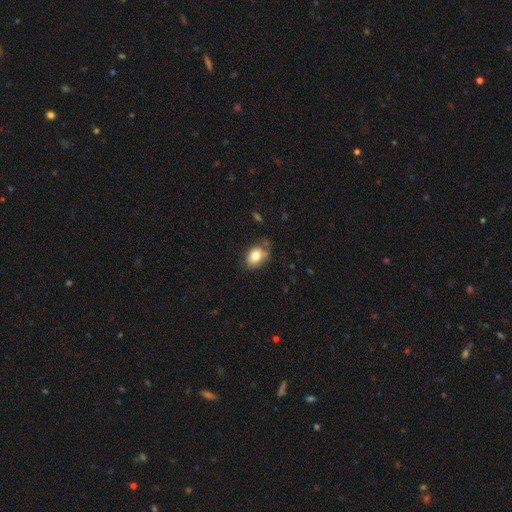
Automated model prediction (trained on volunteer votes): A smooth galaxy with no disk features (81%) that is in between round and cigar-shaped (75%).

Vote fractions:
- Smooth or featured? smooth: 81% / featured or disk: 11% / star or artifact: 9%
- How rounded? in between: 75% / round: 24% / cigar-shaped: 1%
- Merging? none: 60% / minor disturbance: 27% / major disturbance: 7% / merger: 5%